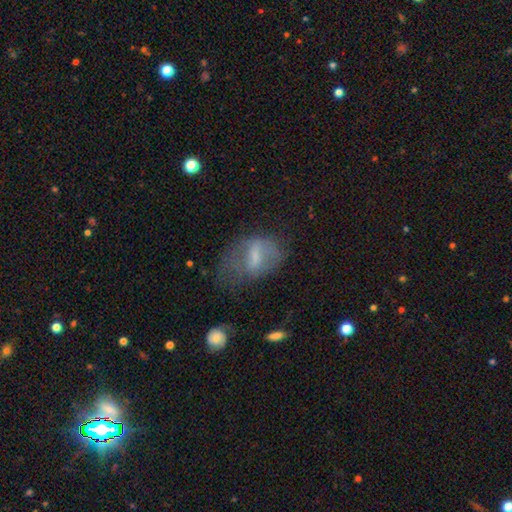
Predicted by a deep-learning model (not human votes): Smooth or featured?
  - smooth: 46% *
  - featured or disk: 44%
  - star or artifact: 11%
Merging?
  - none: 35% * (tied)
  - major disturbance: 35% * (tied)
  - minor disturbance: 26%
  - merger: 3%